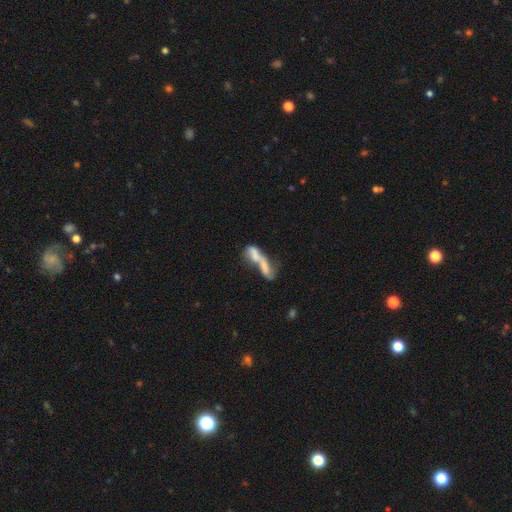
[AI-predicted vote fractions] This appears to be a smooth galaxy with no disk features (55%) that is cigar-shaped (50%). Merging: merger (70%).